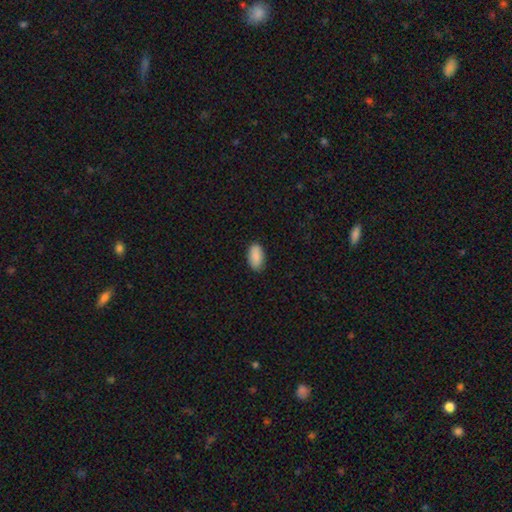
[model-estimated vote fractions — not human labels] This is clearly a smooth galaxy (90%). How rounded: clearly in between (94%). Merging: clearly none (86%).